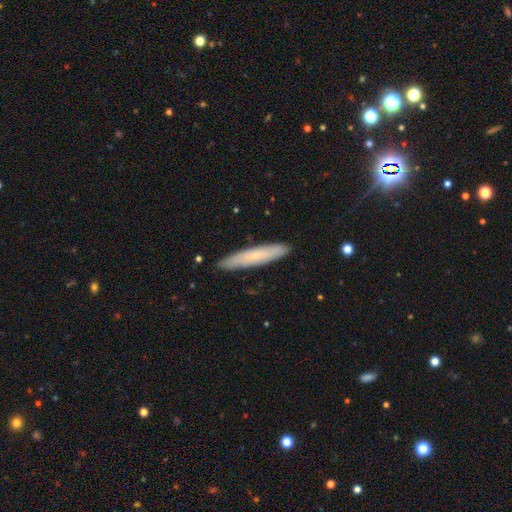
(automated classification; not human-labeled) A smooth galaxy with no disk features (57%) that is cigar-shaped (91%).

Vote fractions:
- Smooth or featured? smooth: 57% / featured or disk: 35% / star or artifact: 7%
- How rounded? cigar-shaped: 91% / in between: 8% / round: 1%
- Merging? none: 88% / minor disturbance: 9% / major disturbance: 2% / merger: 1%